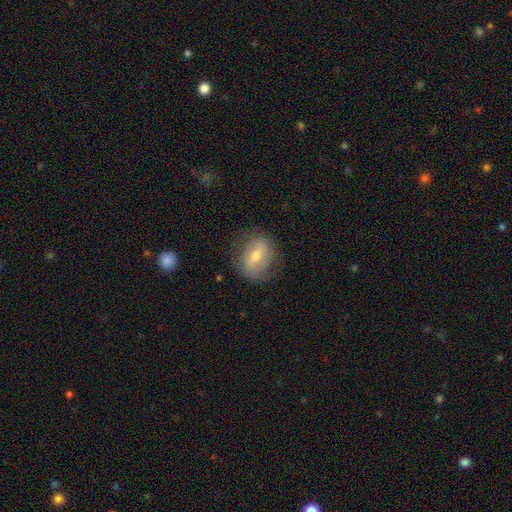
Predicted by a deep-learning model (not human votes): Q: Smooth or featured?
A: featured or disk (49%); runner-up: smooth (43%)
Q: Merging?
A: none (72%); runner-up: minor disturbance (18%)